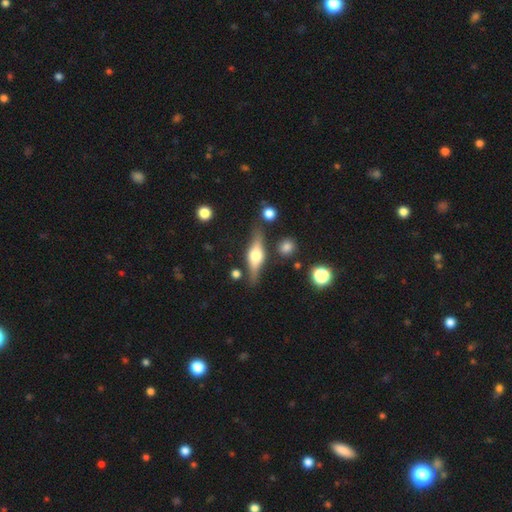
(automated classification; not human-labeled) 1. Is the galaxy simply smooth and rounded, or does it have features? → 67% featured or disk, 26% smooth, 7% star or artifact.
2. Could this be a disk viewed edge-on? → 94% yes, 6% no.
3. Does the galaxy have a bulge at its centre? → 90% rounded, 8% boxy, 2% none.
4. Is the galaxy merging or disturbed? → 78% none, 13% minor disturbance, 4% merger, 4% major disturbance.